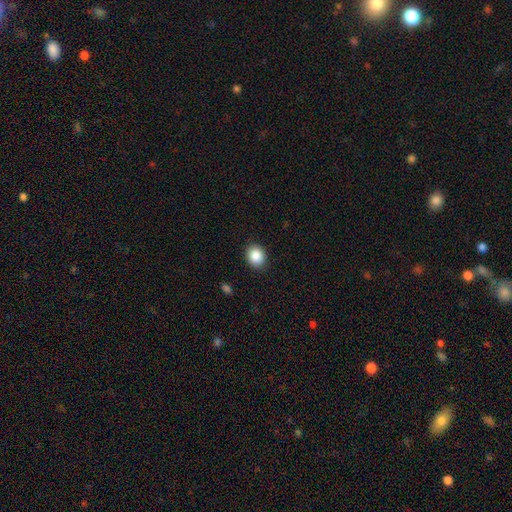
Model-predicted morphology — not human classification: Overall: smooth (87%). How rounded: round (62%; in between 37%). Merging: none (89%).